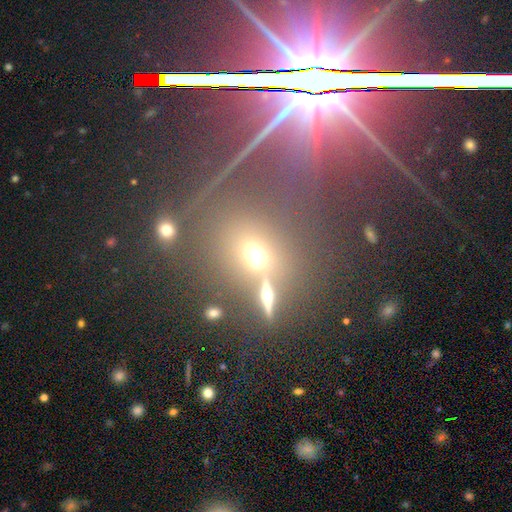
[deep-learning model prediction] Overall: star or artifact (50%; smooth 34%).